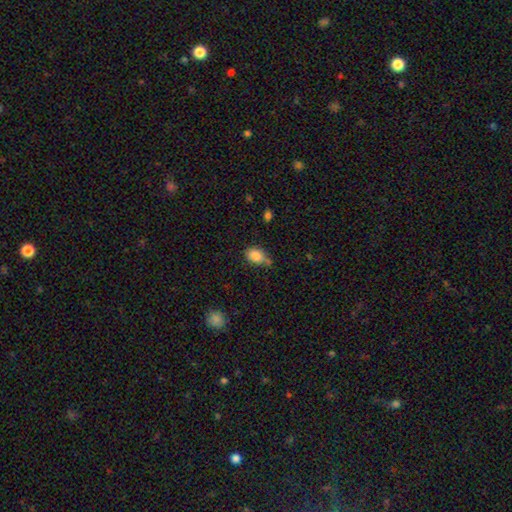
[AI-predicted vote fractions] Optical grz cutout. It shows a smooth galaxy with no disk features (85%) that is in between round and cigar-shaped (77%). Merging: none (50%).